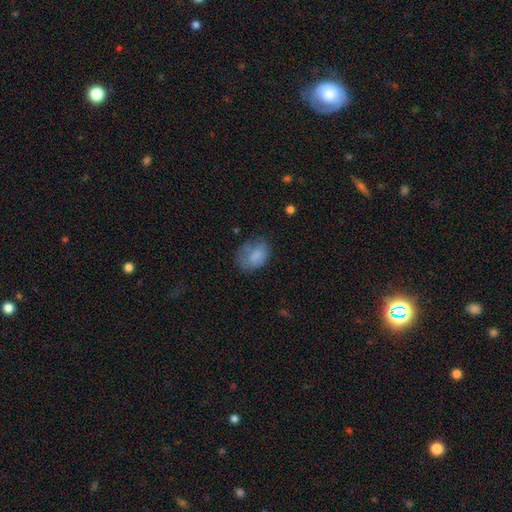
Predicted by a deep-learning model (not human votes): This appears to be a smooth galaxy with no disk features (75%) that is in between round and cigar-shaped (74%). Merging: none (50%).